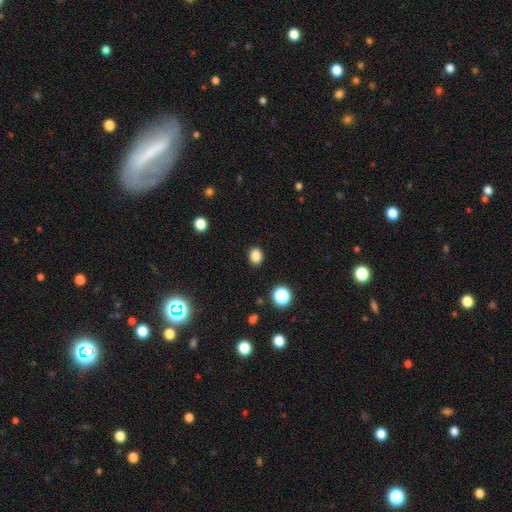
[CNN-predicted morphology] smooth_or_featured: smooth (p=0.85) [alt: star or artifact p=0.12]
how_rounded: round (p=0.51) [alt: in between p=0.48]
merging: none (p=0.89) [alt: minor disturbance p=0.07]